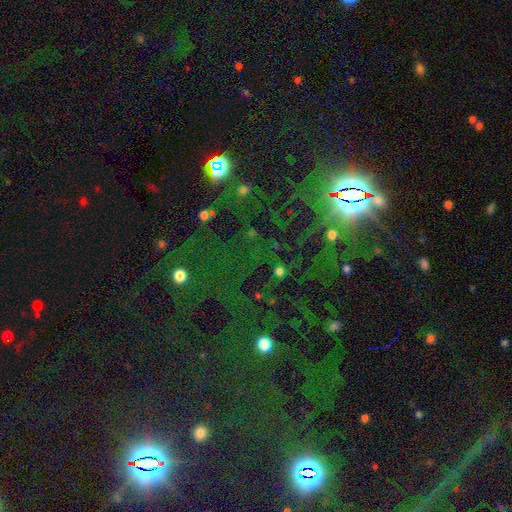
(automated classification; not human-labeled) Smooth or featured? star or artifact (79%)